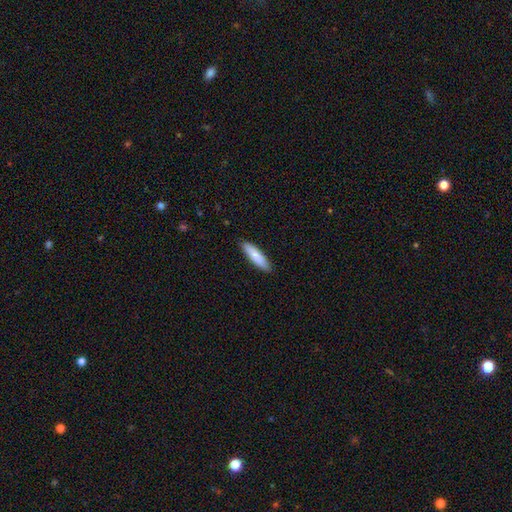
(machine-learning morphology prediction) A smooth galaxy with no disk features (83%) that is cigar-shaped (74%).

Vote fractions:
- Smooth or featured? smooth: 83% / featured or disk: 12% / star or artifact: 5%
- How rounded? cigar-shaped: 74% / in between: 25% / round: 1%
- Merging? none: 88% / minor disturbance: 9% / major disturbance: 2% / merger: 1%